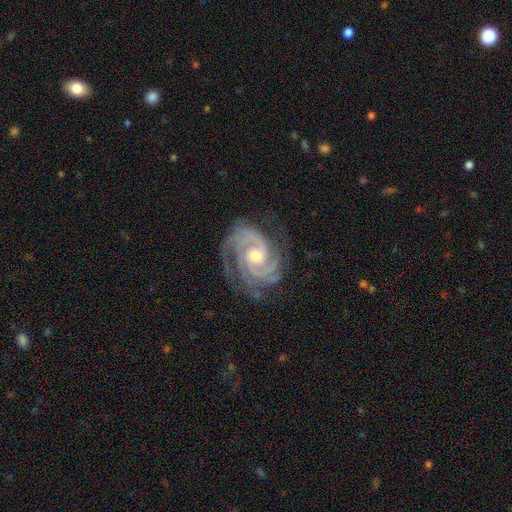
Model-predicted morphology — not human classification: Smooth or featured? featured or disk (93%)
Edge-on disk? no (98%)
Bar? no (64%)
Spiral arms? yes (99%)
Spiral winding? tight (71%)
Spiral arm count? 3 (37%)
Bulge size? moderate (61%)
Merging? none (75%)